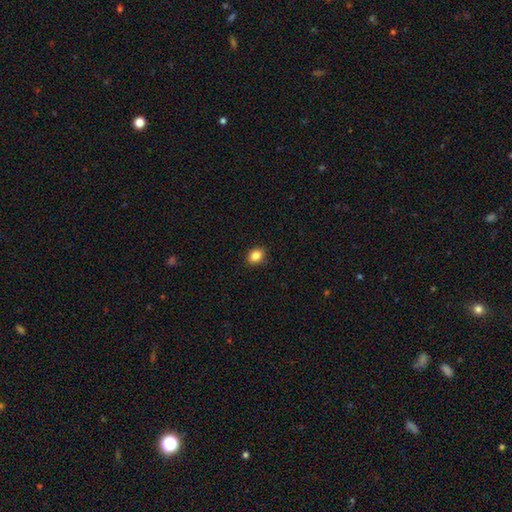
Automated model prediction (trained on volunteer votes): Smooth or featured?
  - smooth: 85% *
  - star or artifact: 10%
  - featured or disk: 5%
How rounded?
  - in between: 59% *
  - round: 40%
  - cigar-shaped: 1%
Merging?
  - none: 89% *
  - minor disturbance: 8%
  - major disturbance: 2%
  - merger: 1%